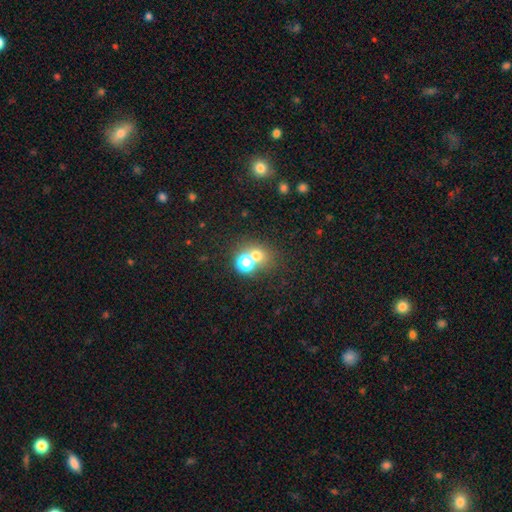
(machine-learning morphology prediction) Q: Smooth or featured?
A: smooth (62%); runner-up: star or artifact (27%)
Q: How rounded?
A: round (76%); runner-up: in between (23%)
Q: Merging?
A: none (53%); runner-up: merger (36%)